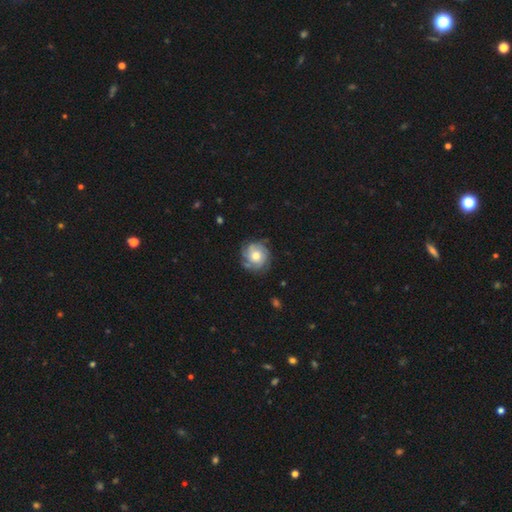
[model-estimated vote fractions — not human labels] featured or disk 65%, smooth 27%, star or artifact 8%. Down the decision tree: edge-on disk — no (98%); bar — no (81%); spiral arms — yes (89%); spiral arm count — can't tell (39%); spiral winding — tight (64%); bulge size — moderate (68%); merging — none (76%).